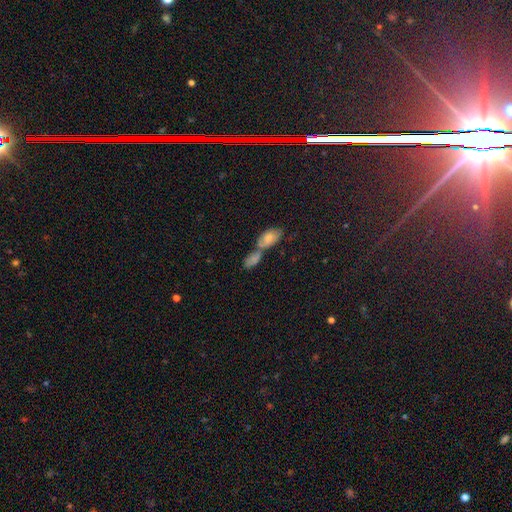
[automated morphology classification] Q: Smooth or featured?
A: smooth (46%); runner-up: star or artifact (29%)
Q: Merging?
A: merger (58%); runner-up: none (29%)